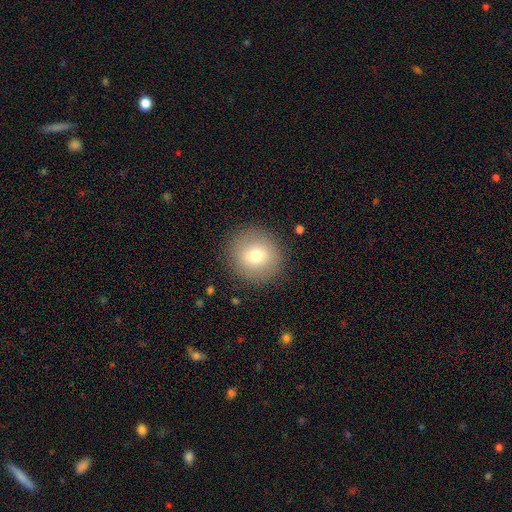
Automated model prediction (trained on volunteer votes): Smooth or featured?
  - smooth: 73% *
  - featured or disk: 16%
  - star or artifact: 11%
How rounded?
  - round: 93% *
  - in between: 6%
  - cigar-shaped: 1%
Merging?
  - none: 89% *
  - minor disturbance: 7%
  - major disturbance: 3%
  - merger: 1%